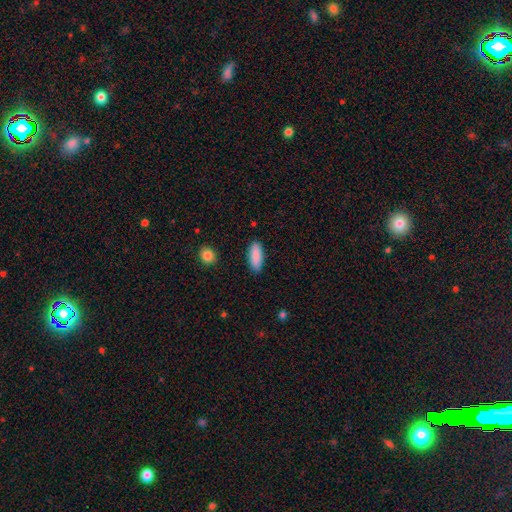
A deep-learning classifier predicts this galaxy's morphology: smooth-or-featured: smooth: 89% | star or artifact: 6% | featured or disk: 4%
  how-rounded: in between: 70% | cigar-shaped: 28% | round: 2%
  merging: none: 87% | minor disturbance: 9% | major disturbance: 2% | merger: 1%